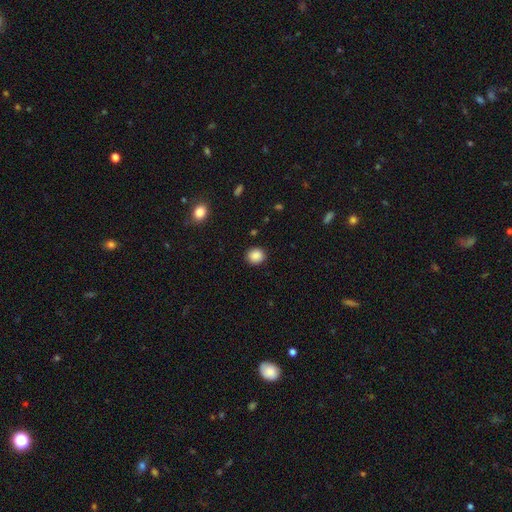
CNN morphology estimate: Smooth or featured? smooth (88%)
How rounded? round (85%)
Merging? none (90%)